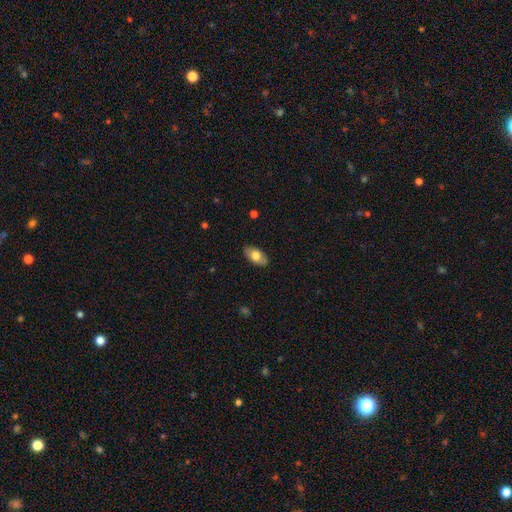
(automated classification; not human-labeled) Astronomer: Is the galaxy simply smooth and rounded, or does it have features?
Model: smooth — 73%.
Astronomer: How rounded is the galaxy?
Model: in between — 93%.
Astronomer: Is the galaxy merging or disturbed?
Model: none — 86%.